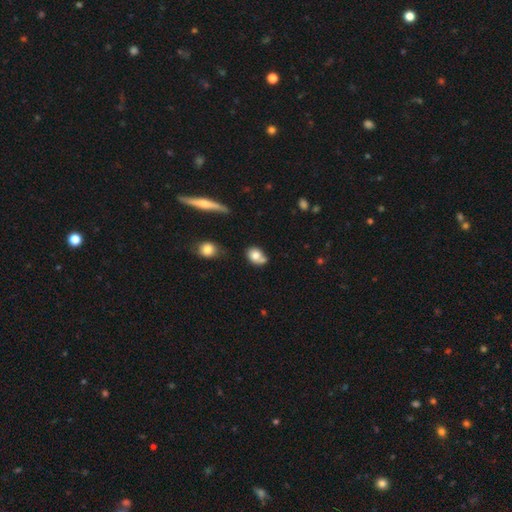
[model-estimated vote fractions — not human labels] Q: Smooth or featured?
A: smooth (75%); runner-up: featured or disk (16%)
Q: How rounded?
A: in between (61%); runner-up: round (38%)
Q: Merging?
A: none (46%); runner-up: minor disturbance (24%)